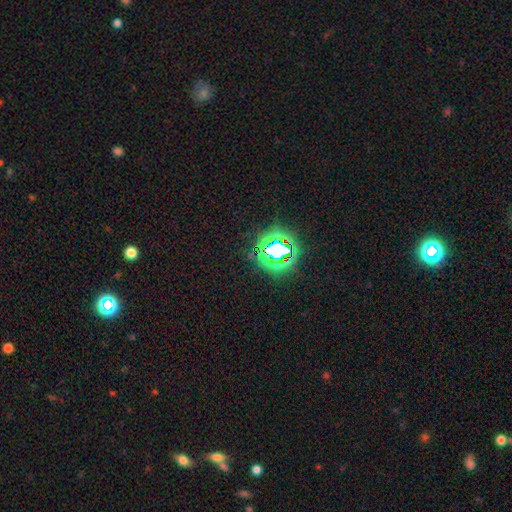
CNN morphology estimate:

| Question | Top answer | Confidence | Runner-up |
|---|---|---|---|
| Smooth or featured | star or artifact | 78% | smooth (16%) |